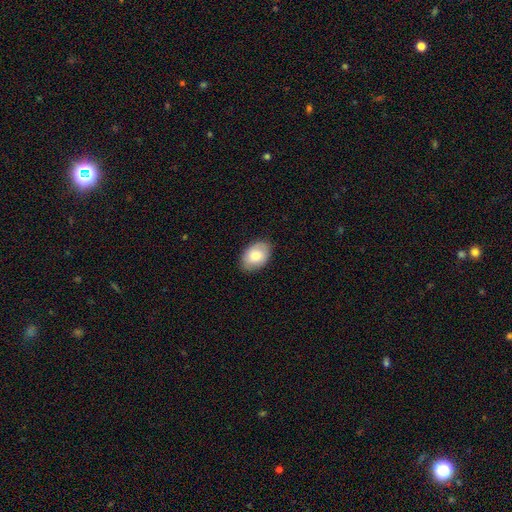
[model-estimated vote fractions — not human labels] smooth-or-featured: smooth: 78% | featured or disk: 15% | star or artifact: 7%
  how-rounded: in between: 86% | round: 13% | cigar-shaped: 1%
  merging: none: 85% | minor disturbance: 12% | major disturbance: 2% | merger: 1%